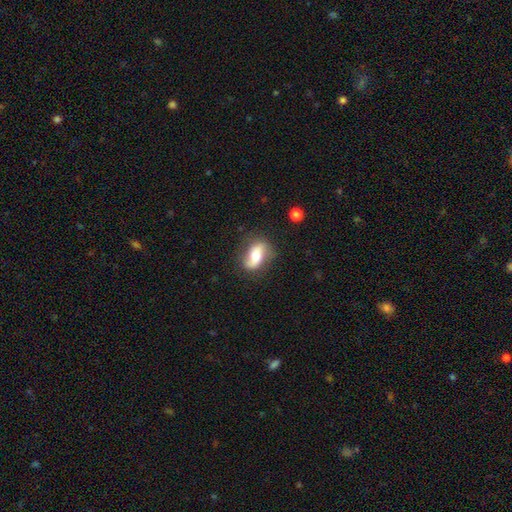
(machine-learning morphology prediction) smooth-or-featured: featured or disk: 50% | smooth: 43% | star or artifact: 8%
  merging: none: 71% | minor disturbance: 20% | major disturbance: 7% | merger: 2%